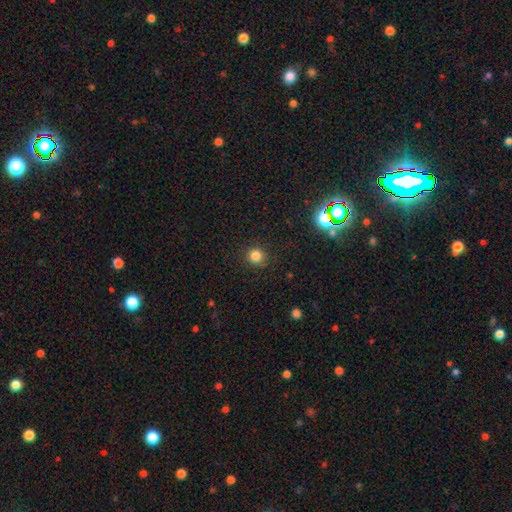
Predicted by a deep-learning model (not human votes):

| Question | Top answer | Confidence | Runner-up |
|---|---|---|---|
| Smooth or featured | smooth | 82% | star or artifact (13%) |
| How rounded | round | 92% | in between (7%) |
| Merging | none | 89% | minor disturbance (7%) |